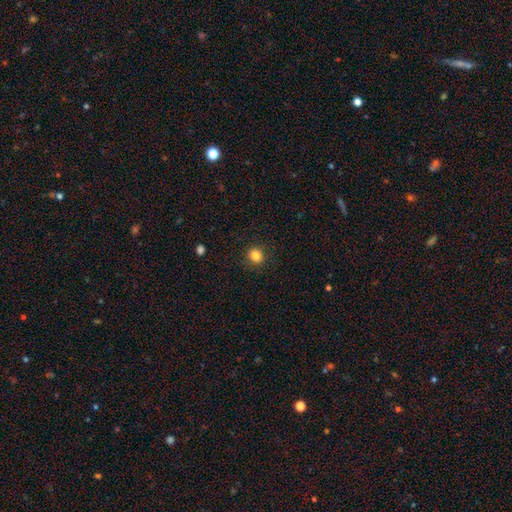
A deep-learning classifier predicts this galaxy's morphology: Smooth or featured?
  - smooth: 84% *
  - star or artifact: 11%
  - featured or disk: 5%
How rounded?
  - round: 83% *
  - in between: 16%
  - cigar-shaped: 1%
Merging?
  - none: 89% *
  - minor disturbance: 8%
  - major disturbance: 3%
  - merger: 1%